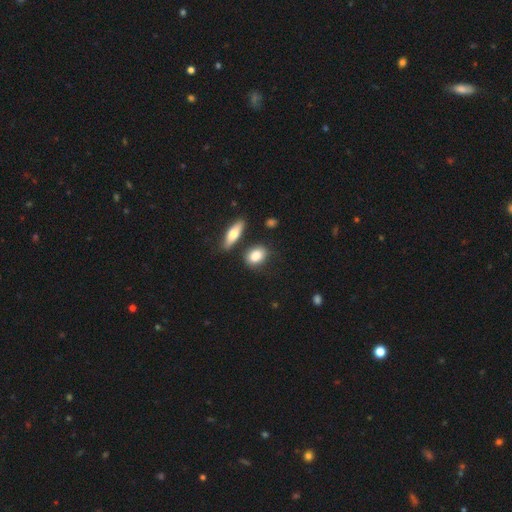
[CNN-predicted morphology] A smooth galaxy with no disk features (84%) that is in between round and cigar-shaped (70%).

Vote fractions:
- Smooth or featured? smooth: 84% / featured or disk: 9% / star or artifact: 7%
- How rounded? in between: 70% / round: 25% / cigar-shaped: 4%
- Merging? none: 73% / minor disturbance: 14% / merger: 9% / major disturbance: 4%